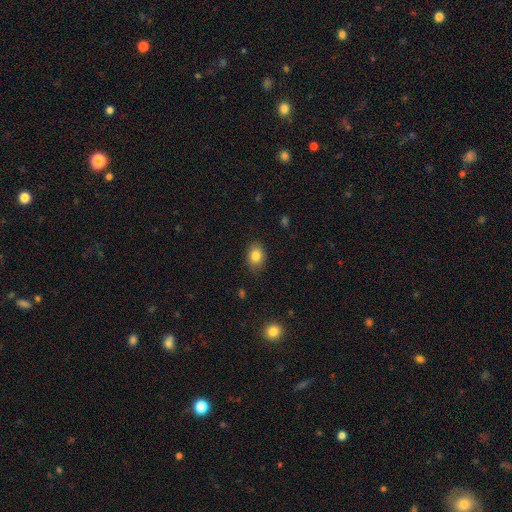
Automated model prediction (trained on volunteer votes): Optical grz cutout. It shows a smooth galaxy with no disk features (84%) that is in between round and cigar-shaped (70%). Merging: none (84%).